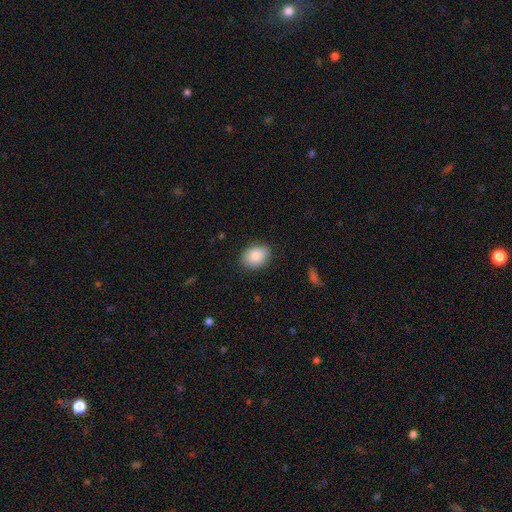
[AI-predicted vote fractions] A smooth galaxy with no disk features (86%) that is in between round and cigar-shaped (70%). Merging: none (83%).